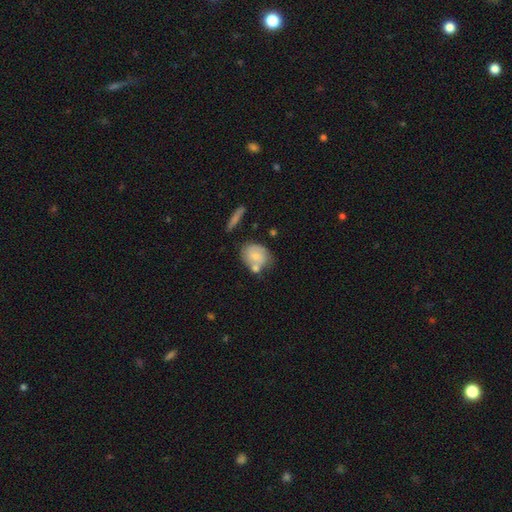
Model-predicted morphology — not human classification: smooth-or-featured: smooth: 58% | featured or disk: 35% | star or artifact: 7%
  how-rounded: round: 53% | in between: 45% | cigar-shaped: 2%
  merging: none: 48% | merger: 25% | minor disturbance: 21% | major disturbance: 7%